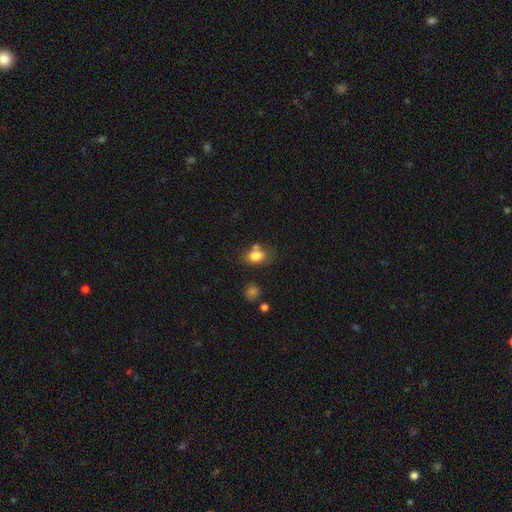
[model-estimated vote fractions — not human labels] Smooth or featured: smooth — 81% (star or artifact — 10%)
How rounded: in between — 74% (round — 24%)
Merging: none — 57% (minor disturbance — 19%)